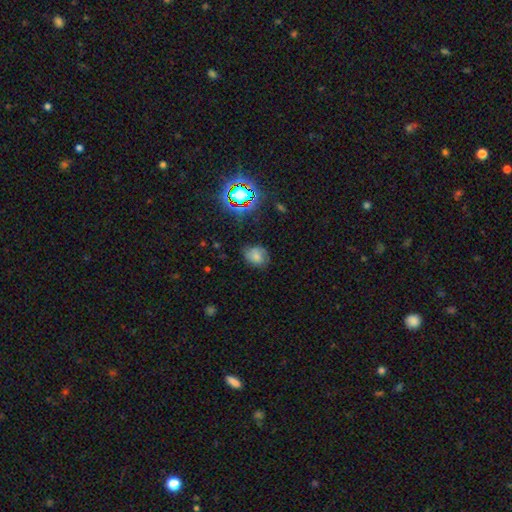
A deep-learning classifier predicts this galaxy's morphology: This is likely a smooth galaxy (63%). How rounded: possibly round (51%). Merging: likely none (67%).